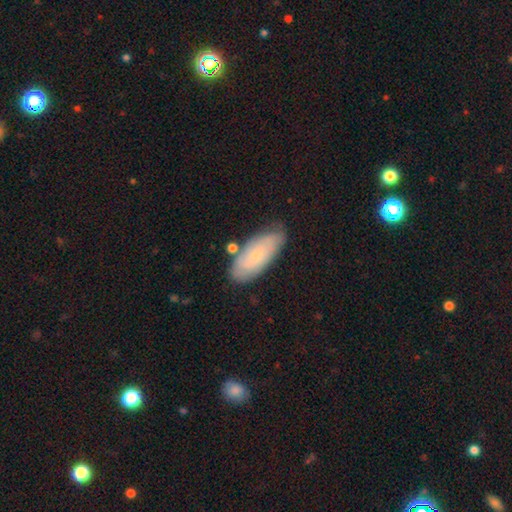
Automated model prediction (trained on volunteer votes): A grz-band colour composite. It shows a smooth galaxy with no disk features (62%) that is in between round and cigar-shaped (85%). Merging: none (73%).